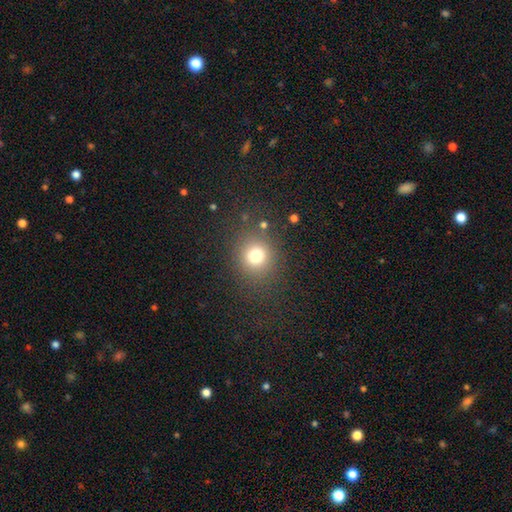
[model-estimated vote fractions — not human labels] Smooth or featured? smooth (76%)
How rounded? round (83%)
Merging? none (83%)